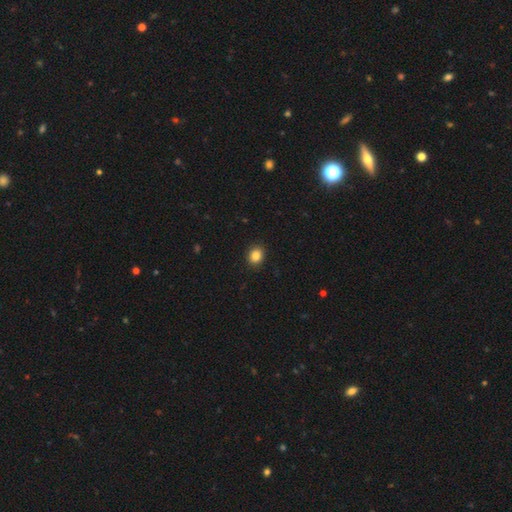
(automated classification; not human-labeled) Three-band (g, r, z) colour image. It shows a smooth galaxy with no disk features (86%) that is round (66%). Merging: none (91%).